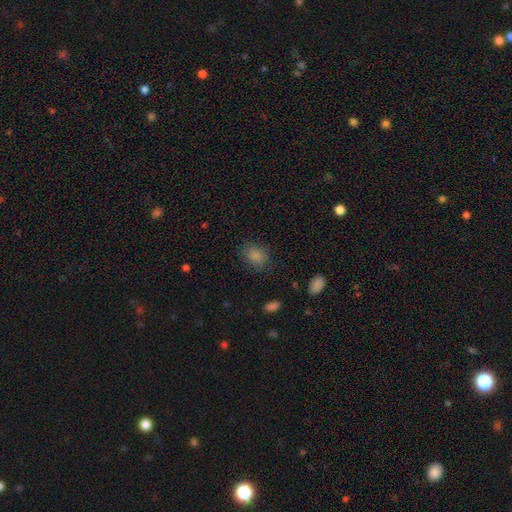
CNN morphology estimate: A smooth galaxy with no disk features (84%) that is round (51%).

Vote fractions:
- Smooth or featured? smooth: 84% / star or artifact: 10% / featured or disk: 5%
- How rounded? round: 51% / in between: 48% / cigar-shaped: 1%
- Merging? none: 79% / minor disturbance: 15% / major disturbance: 5% / merger: 1%